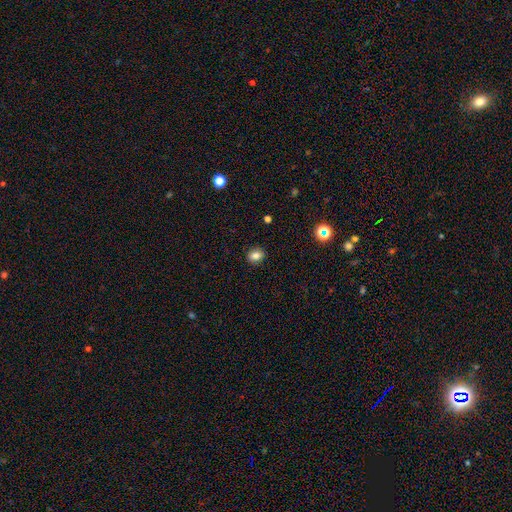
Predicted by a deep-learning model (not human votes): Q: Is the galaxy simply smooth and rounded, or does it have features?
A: smooth — 82%.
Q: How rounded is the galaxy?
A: in between — 51%.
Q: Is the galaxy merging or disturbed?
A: none — 90%.